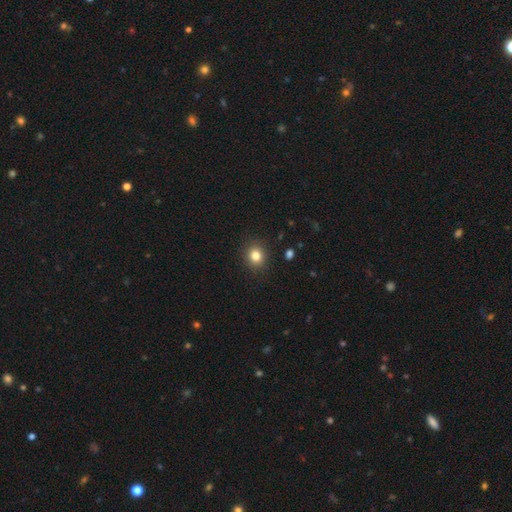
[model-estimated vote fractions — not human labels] Smooth or featured? smooth (83%)
How rounded? round (76%)
Merging? none (89%)